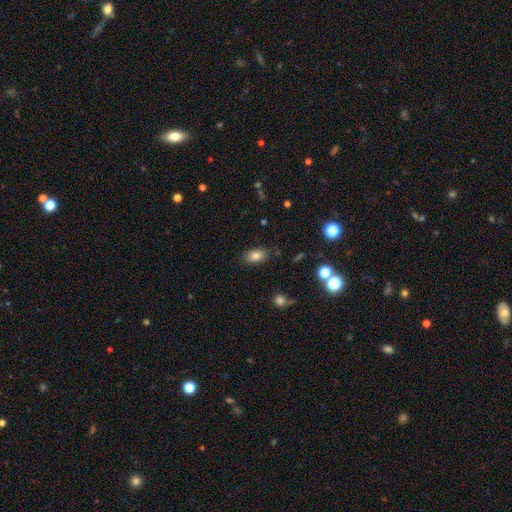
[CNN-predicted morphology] Smooth or featured?
  - smooth: 81% *
  - star or artifact: 11%
  - featured or disk: 8%
How rounded?
  - in between: 89% *
  - round: 8%
  - cigar-shaped: 3%
Merging?
  - none: 84% *
  - minor disturbance: 11%
  - major disturbance: 3%
  - merger: 2%